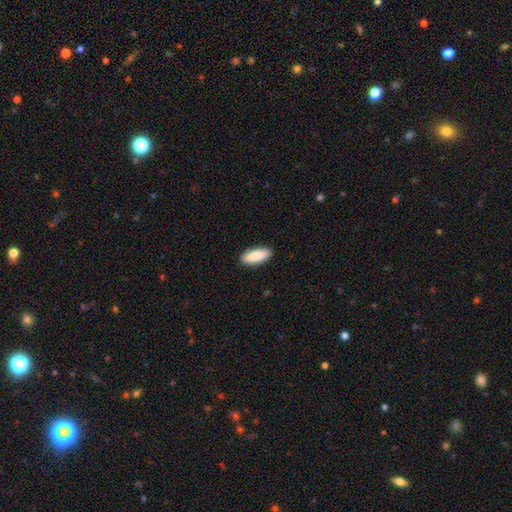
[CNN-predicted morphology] A smooth galaxy with no disk features (87%) that is in between round and cigar-shaped (72%). Merging: none (91%).